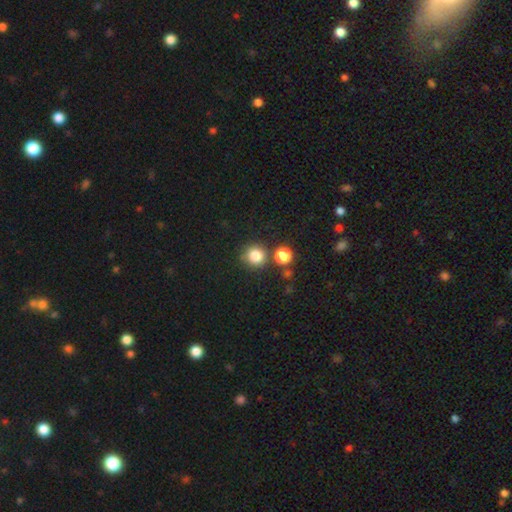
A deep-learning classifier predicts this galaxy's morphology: Smooth or featured?
  - smooth: 82% *
  - star or artifact: 12%
  - featured or disk: 5%
How rounded?
  - round: 92% *
  - in between: 7%
  - cigar-shaped: 1%
Merging?
  - none: 73% *
  - merger: 14%
  - minor disturbance: 10%
  - major disturbance: 4%